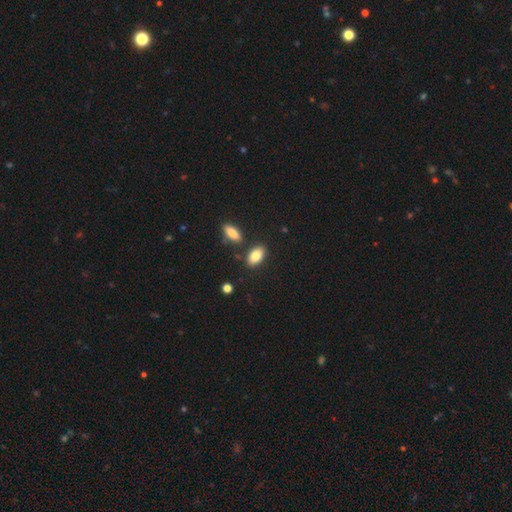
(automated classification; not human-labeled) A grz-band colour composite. It shows a smooth galaxy with no disk features (84%) that is in between round and cigar-shaped (90%). Merging: none (79%).